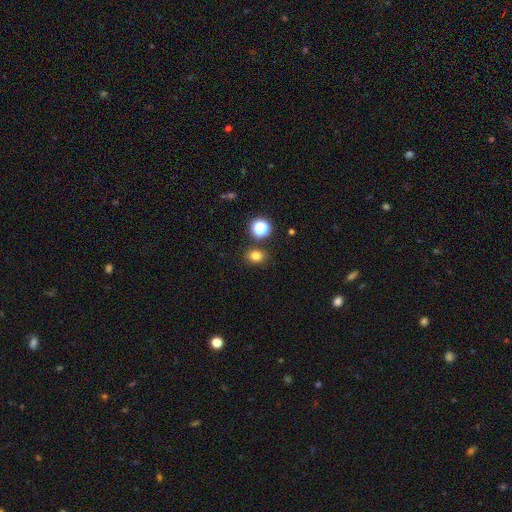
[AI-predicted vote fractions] A smooth galaxy with no disk features (77%) that is round (56%).

Vote fractions:
- Smooth or featured? smooth: 77% / star or artifact: 17% / featured or disk: 6%
- How rounded? round: 56% / in between: 43% / cigar-shaped: 1%
- Merging? none: 83% / minor disturbance: 9% / merger: 5% / major disturbance: 3%